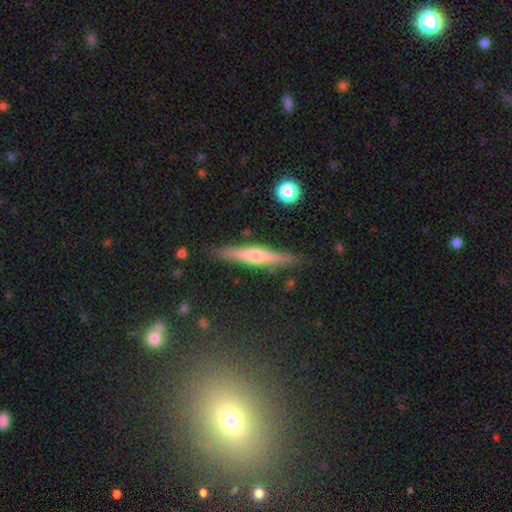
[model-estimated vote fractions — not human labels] smooth-or-featured: featured or disk: 56% | smooth: 37% | star or artifact: 7%
  disk-edge-on: yes: 94% | no: 6%
    edge-on-bulge: rounded: 81% | none: 13% | boxy: 7%
  merging: none: 87% | minor disturbance: 9% | major disturbance: 2% | merger: 2%